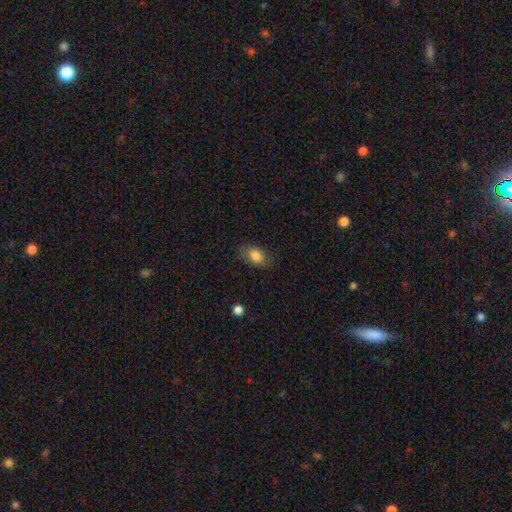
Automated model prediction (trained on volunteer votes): This appears to be a smooth galaxy with no disk features (83%) that is in between round and cigar-shaped (88%). Merging: none (78%).